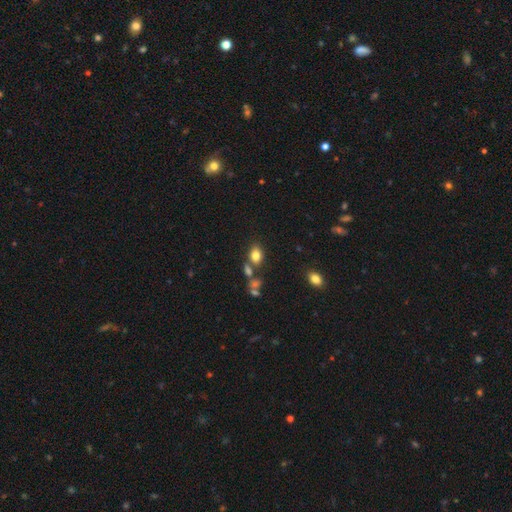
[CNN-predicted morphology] This is likely a smooth galaxy (80%). How rounded: likely in between (73%). Merging: likely none (63%).